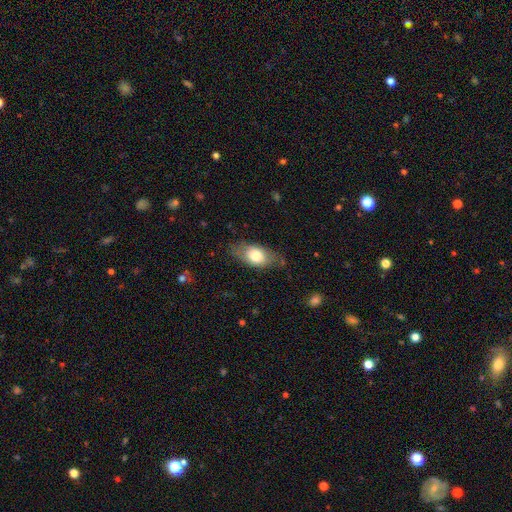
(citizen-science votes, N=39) smooth 77%, featured or disk 23%, star or artifact 0%. Down the decision tree: how rounded — in between (97%); merging — none (90%).